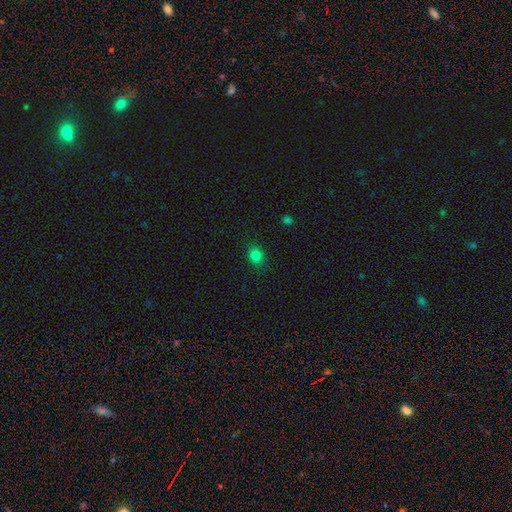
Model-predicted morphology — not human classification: smooth 81%, star or artifact 14%, featured or disk 5%. Down the decision tree: how rounded — round (55%); merging — none (86%).